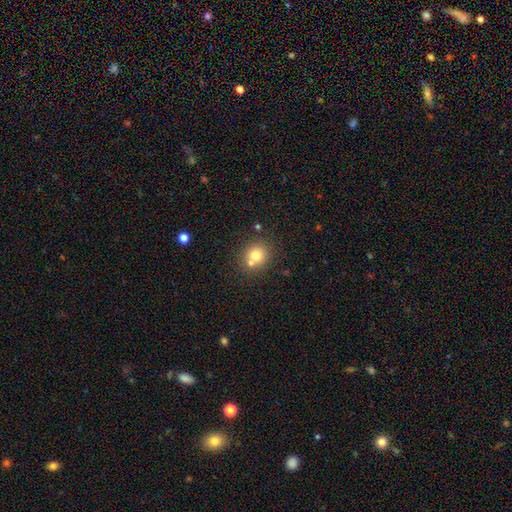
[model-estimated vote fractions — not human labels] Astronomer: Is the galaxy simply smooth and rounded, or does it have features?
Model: smooth — 74%.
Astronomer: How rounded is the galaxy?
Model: round — 83%.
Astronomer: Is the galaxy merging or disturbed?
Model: none — 62%.